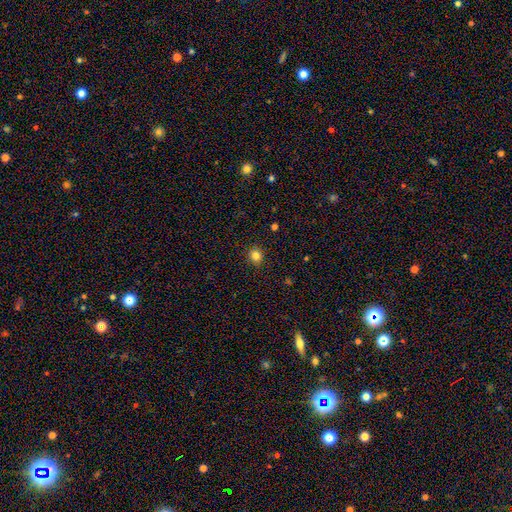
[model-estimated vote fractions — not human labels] Smooth or featured? Predicted: smooth (p=0.82). How rounded? Predicted: round (p=0.87). Merging? Predicted: none (p=0.91).